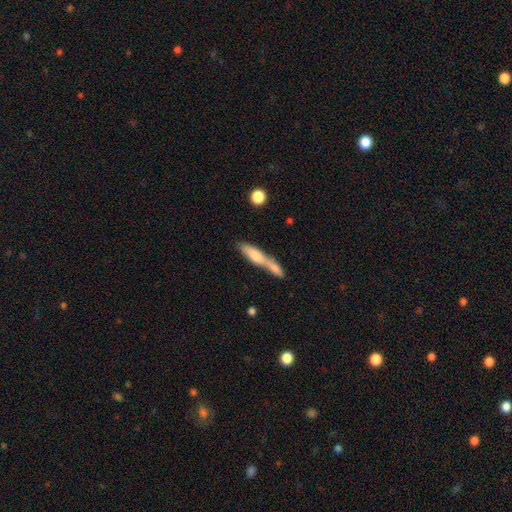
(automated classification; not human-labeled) Smooth or featured? Predicted: smooth (p=0.60). How rounded? Predicted: cigar-shaped (p=0.75). Merging? Predicted: merger (p=0.58).